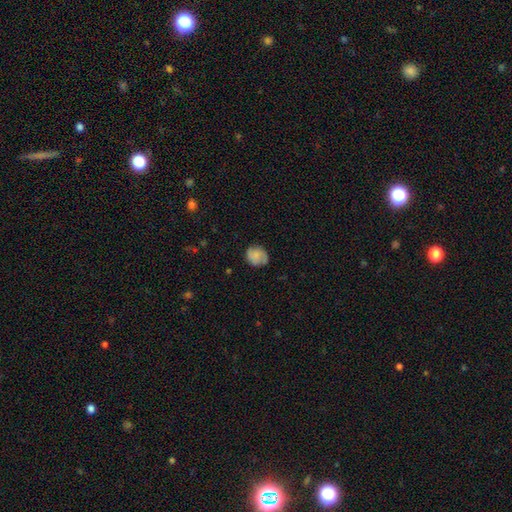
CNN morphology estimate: type=smooth (55%); roundness=round (74%); merging=none (77%).